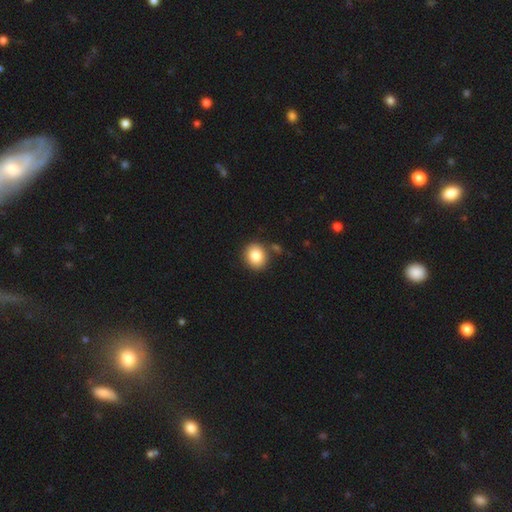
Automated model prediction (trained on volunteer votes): Overall: smooth (83%). How rounded: round (76%). Merging: none (82%).